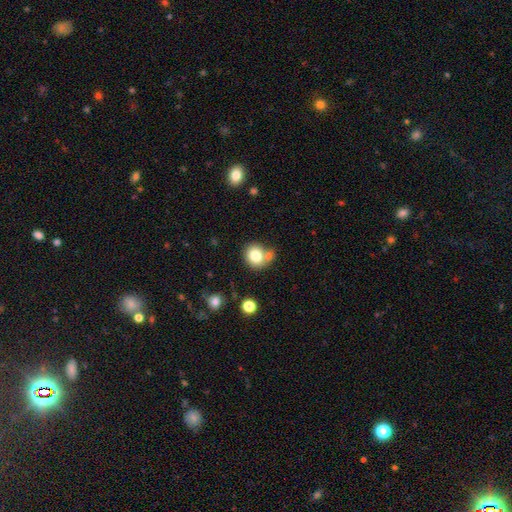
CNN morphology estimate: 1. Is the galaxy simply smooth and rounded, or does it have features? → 80% smooth, 10% star or artifact, 9% featured or disk.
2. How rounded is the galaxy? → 79% round, 20% in between, 1% cigar-shaped.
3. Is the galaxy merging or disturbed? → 56% none, 25% merger, 14% minor disturbance, 5% major disturbance.